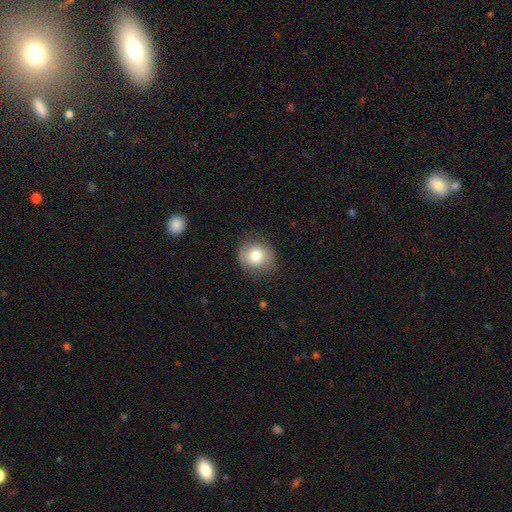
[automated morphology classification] Overall: smooth (78%). How rounded: round (81%). Merging: none (80%).